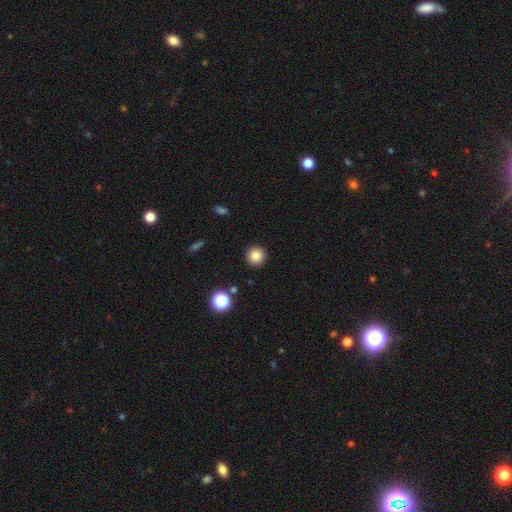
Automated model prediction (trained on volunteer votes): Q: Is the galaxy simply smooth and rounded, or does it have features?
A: smooth — 84%.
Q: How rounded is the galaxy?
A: round — 95%.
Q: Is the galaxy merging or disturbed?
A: none — 92%.